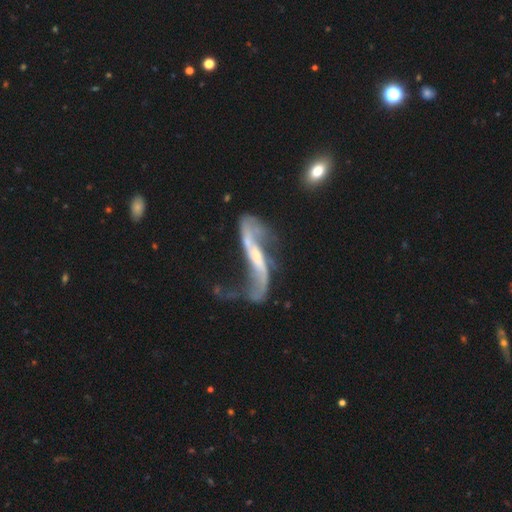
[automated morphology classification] Smooth or featured: featured or disk — 85% (smooth — 9%)
Edge-on disk: no — 83% (yes — 17%)
Bar: strong — 35% (weak — 33%)
Spiral arms: yes — 89% (no — 11%)
Spiral winding: loose — 89% (medium — 8%)
Spiral arm count: 2 — 89% (1 — 5%)
Bulge size: small — 55% (moderate — 23%)
Merging: none — 37% (major disturbance — 30%)